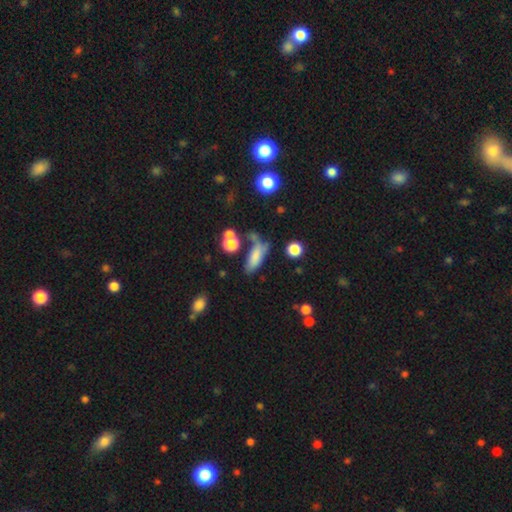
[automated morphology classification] A smooth galaxy with no disk features (74%) that is in between round and cigar-shaped (61%). Merging: none (49%).